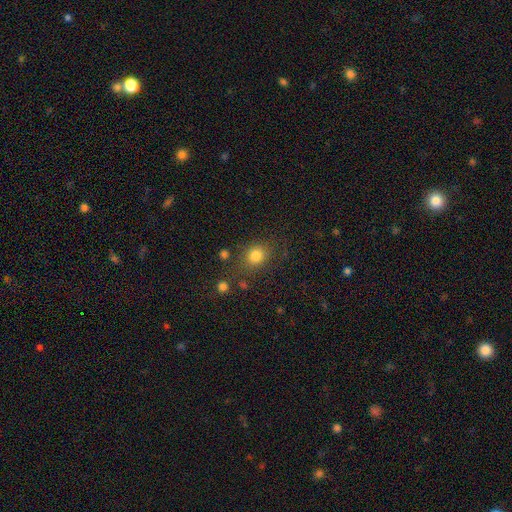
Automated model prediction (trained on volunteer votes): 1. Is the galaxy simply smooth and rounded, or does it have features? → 80% smooth, 13% star or artifact, 7% featured or disk.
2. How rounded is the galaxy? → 67% round, 32% in between, 1% cigar-shaped.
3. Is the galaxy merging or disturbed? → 74% none, 14% minor disturbance, 7% major disturbance, 6% merger.